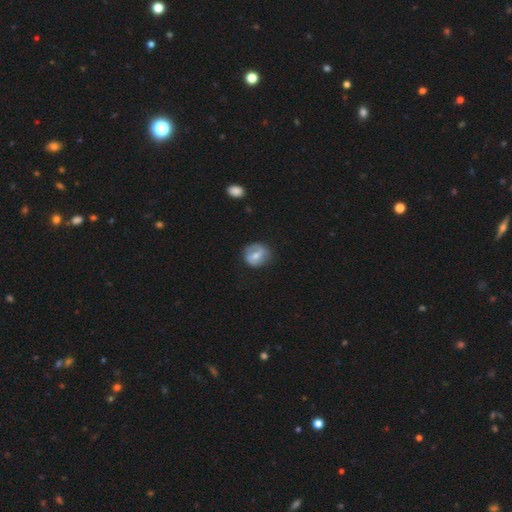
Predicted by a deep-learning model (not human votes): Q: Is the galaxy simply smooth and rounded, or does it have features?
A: smooth — 49%.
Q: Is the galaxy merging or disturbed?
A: none — 73%.